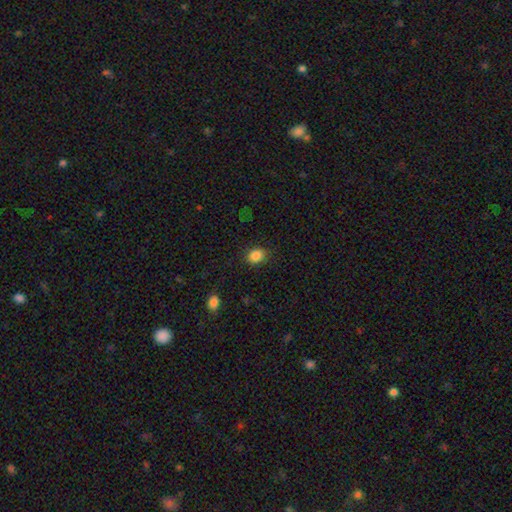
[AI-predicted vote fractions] Overall: smooth (86%). How rounded: round (55%; in between 44%). Merging: none (82%).